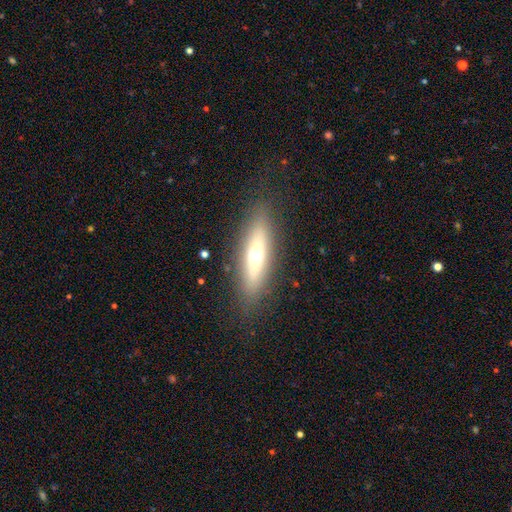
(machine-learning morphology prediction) type=smooth (51%); roundness=cigar-shaped (60%); merging=none (85%).